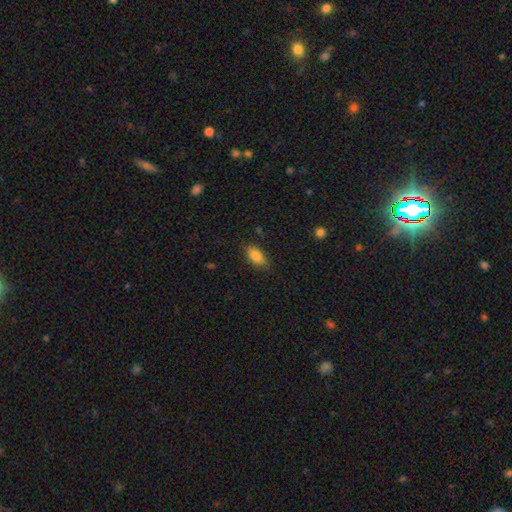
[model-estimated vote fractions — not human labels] smooth_or_featured: smooth (p=0.83) [alt: featured or disk p=0.09]
how_rounded: in between (p=0.87) [alt: cigar-shaped p=0.09]
merging: none (p=0.79) [alt: minor disturbance p=0.17]